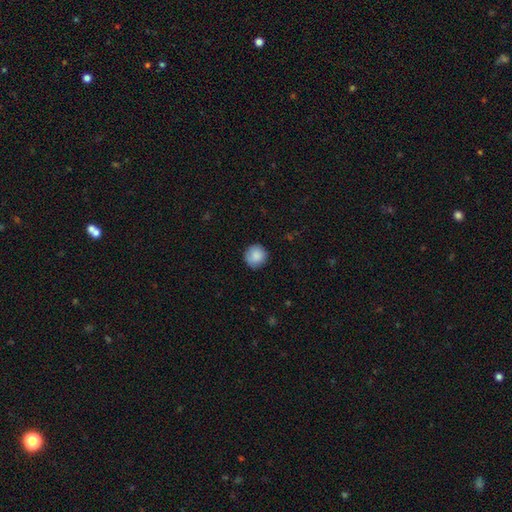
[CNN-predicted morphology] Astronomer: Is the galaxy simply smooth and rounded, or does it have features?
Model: smooth — 88%.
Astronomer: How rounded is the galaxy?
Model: round — 94%.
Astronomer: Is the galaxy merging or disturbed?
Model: none — 87%.